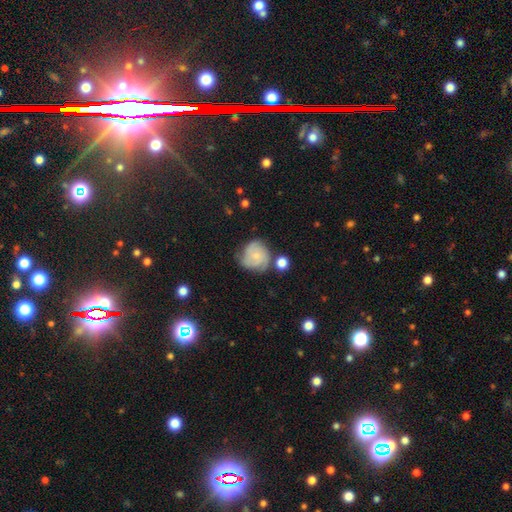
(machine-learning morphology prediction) type=featured or disk (56%); edge-on=no (98%); bar=no (79%); spiral arms=yes (88%); bulge=small (66%); merging=none (56%).